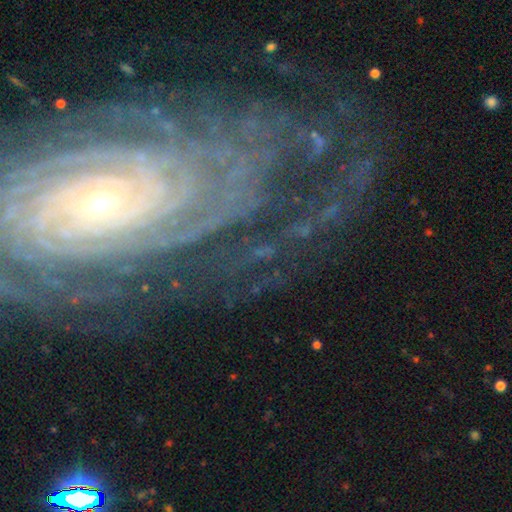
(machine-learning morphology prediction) Overall: featured or disk (84%). Edge-on disk: no (95%). Bar: no (59%; weak 24%). Spiral arms: yes (96%). Spiral arm count: can't tell (29%; more than 4 18%). Spiral winding: tight (75%). Bulge size: small (75%). Merging: none (69%).